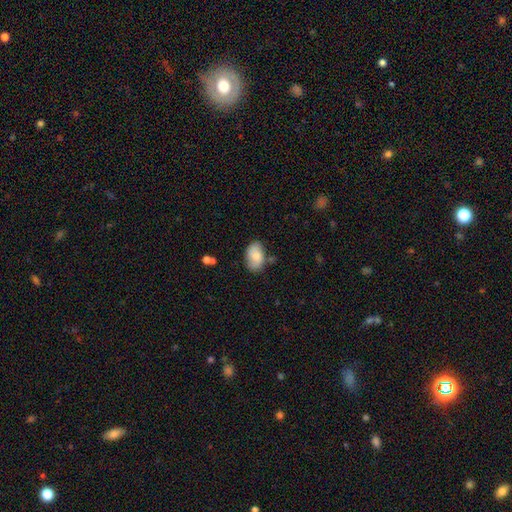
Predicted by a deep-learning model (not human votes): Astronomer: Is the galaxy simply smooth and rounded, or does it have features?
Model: smooth — 70%.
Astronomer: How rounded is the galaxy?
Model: in between — 90%.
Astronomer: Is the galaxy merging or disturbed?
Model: none — 68%.